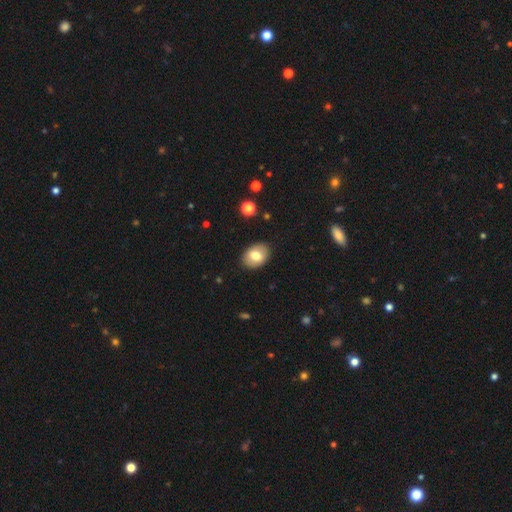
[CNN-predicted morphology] A smooth galaxy with no disk features (74%) that is in between round and cigar-shaped (73%). Merging: none (87%).